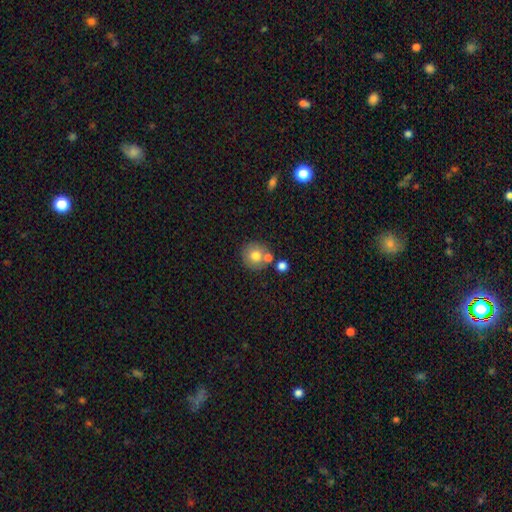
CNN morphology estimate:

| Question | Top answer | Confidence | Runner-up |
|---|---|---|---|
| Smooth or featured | smooth | 74% | featured or disk (15%) |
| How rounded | round | 91% | in between (8%) |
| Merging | none | 66% | merger (22%) |